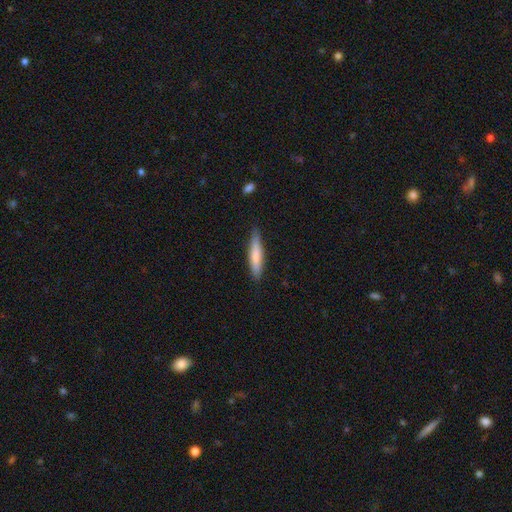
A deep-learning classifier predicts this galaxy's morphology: Smooth or featured? Predicted: smooth (p=0.75). How rounded? Predicted: cigar-shaped (p=0.86). Merging? Predicted: none (p=0.85).